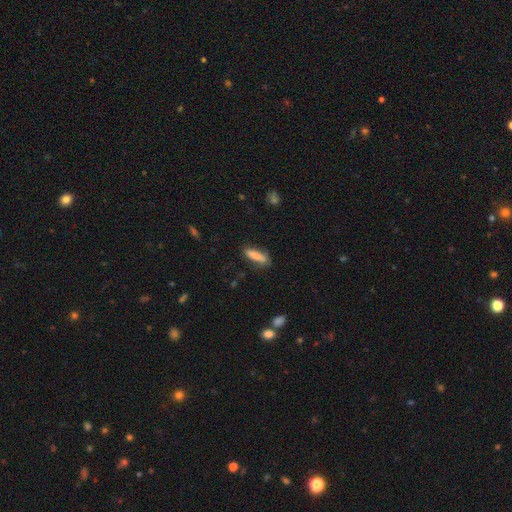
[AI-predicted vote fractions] A smooth galaxy with no disk features (83%) that is cigar-shaped (68%).

Vote fractions:
- Smooth or featured? smooth: 83% / featured or disk: 10% / star or artifact: 7%
- How rounded? cigar-shaped: 68% / in between: 31% / round: 2%
- Merging? none: 77% / minor disturbance: 17% / major disturbance: 4% / merger: 2%